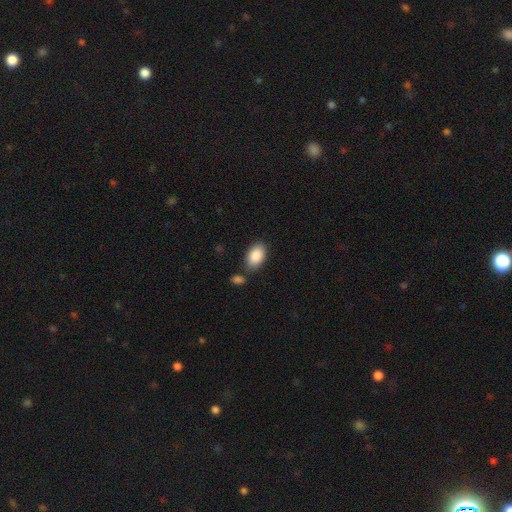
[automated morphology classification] The model was most divided on "merging": none: 75%, minor disturbance: 13%, merger: 9%, major disturbance: 3%. More confident: how rounded — in between (93%); smooth or featured — smooth (89%).